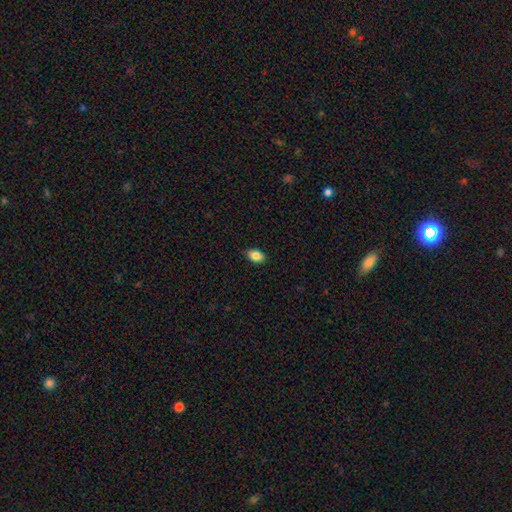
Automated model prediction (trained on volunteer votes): Smooth or featured? smooth (85%)
How rounded? in between (87%)
Merging? none (89%)